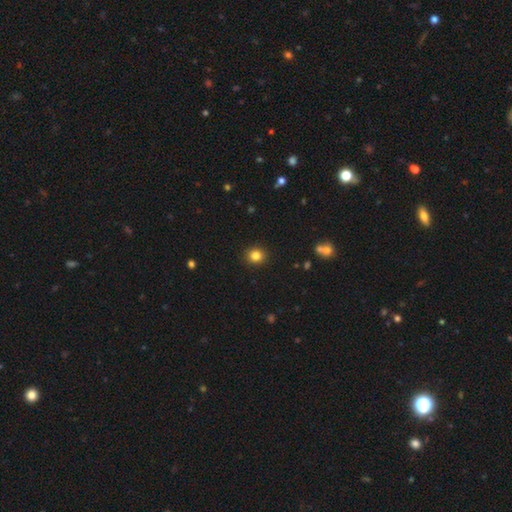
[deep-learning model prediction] smooth_or_featured: smooth (p=0.83) [alt: star or artifact p=0.12]
how_rounded: round (p=0.86) [alt: in between p=0.13]
merging: none (p=0.92) [alt: minor disturbance p=0.05]